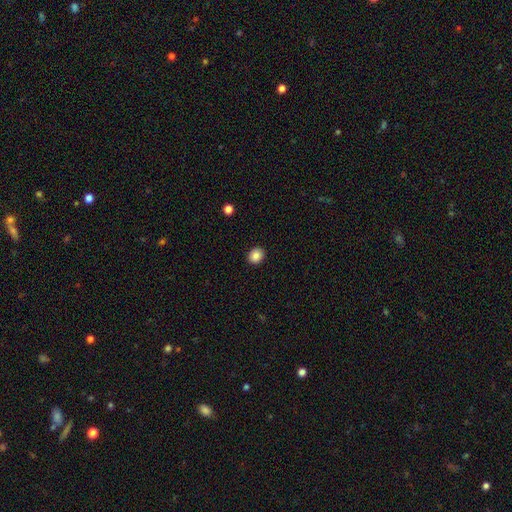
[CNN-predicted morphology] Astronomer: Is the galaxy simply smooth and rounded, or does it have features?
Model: smooth — 85%.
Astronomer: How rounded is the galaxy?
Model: round — 72%.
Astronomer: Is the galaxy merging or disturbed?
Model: none — 92%.